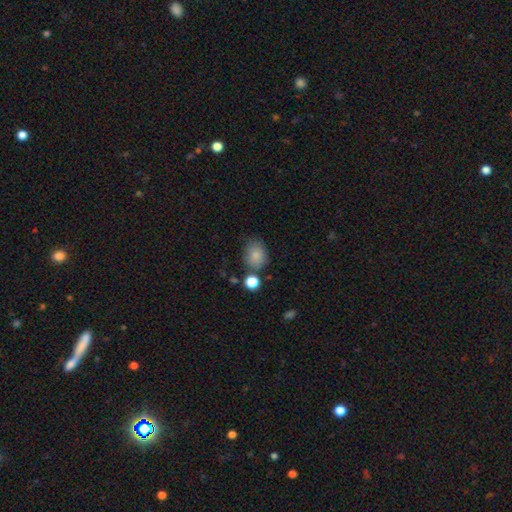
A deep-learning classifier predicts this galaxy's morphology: smooth-or-featured: smooth: 83% | star or artifact: 10% | featured or disk: 7%
  how-rounded: round: 51% | in between: 48% | cigar-shaped: 1%
  merging: none: 69% | minor disturbance: 18% | merger: 8% | major disturbance: 5%